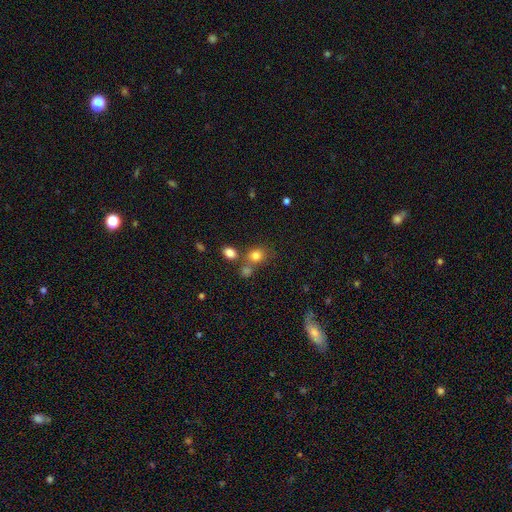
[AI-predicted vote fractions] This is likely a smooth galaxy (79%). How rounded: possibly round (60%). Merging: possibly none (55%).